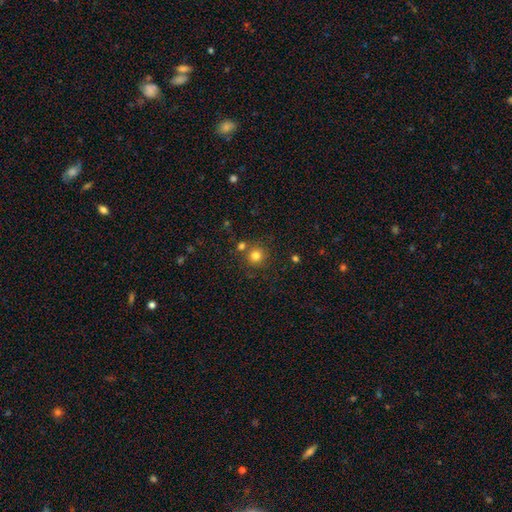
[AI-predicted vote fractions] Smooth or featured? smooth (79%)
How rounded? round (94%)
Merging? none (77%)